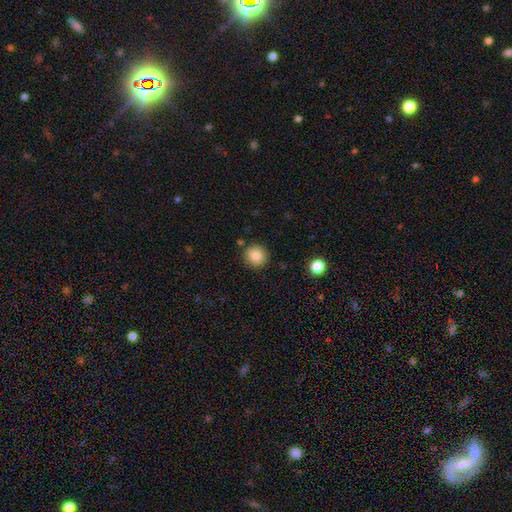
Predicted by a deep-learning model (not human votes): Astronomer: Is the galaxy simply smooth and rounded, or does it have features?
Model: smooth — 86%.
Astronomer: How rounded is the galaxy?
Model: round — 90%.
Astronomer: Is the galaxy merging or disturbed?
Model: none — 88%.